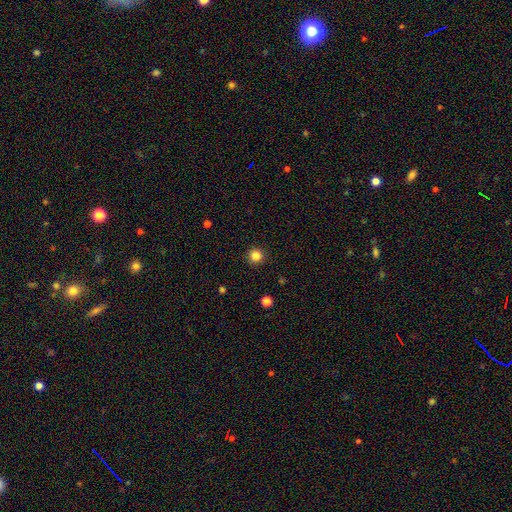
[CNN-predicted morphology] The model was most divided on "smooth or featured": smooth: 84%, star or artifact: 12%, featured or disk: 4%. More confident: how rounded — round (95%); merging — none (92%).